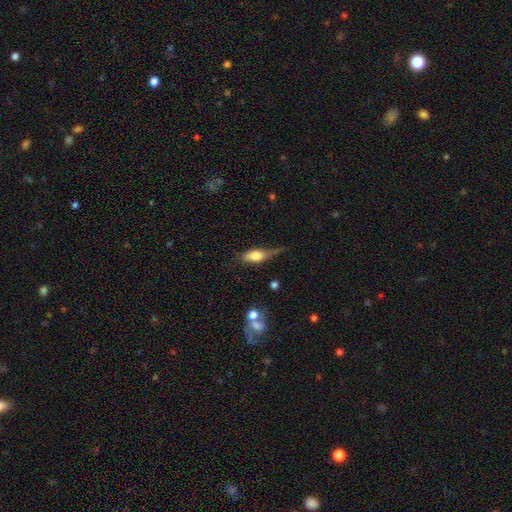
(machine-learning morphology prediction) Q: Smooth or featured?
A: smooth (60%); runner-up: featured or disk (33%)
Q: How rounded?
A: in between (68%); runner-up: cigar-shaped (26%)
Q: Merging?
A: none (38%); runner-up: minor disturbance (35%)